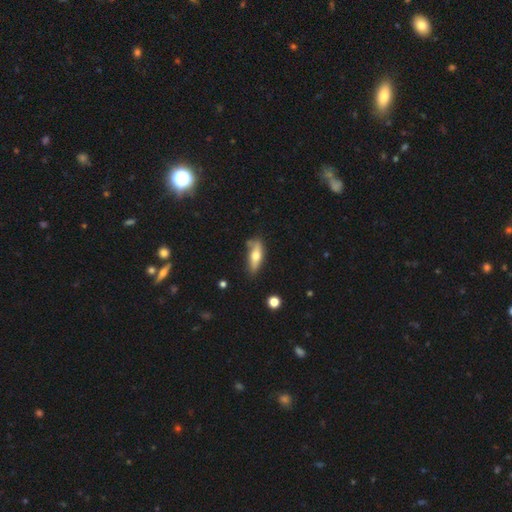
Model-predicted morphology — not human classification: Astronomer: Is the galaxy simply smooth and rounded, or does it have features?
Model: smooth — 54% (runner-up: featured or disk, 40%).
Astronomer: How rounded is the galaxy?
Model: in between — 50% (runner-up: cigar-shaped, 46%).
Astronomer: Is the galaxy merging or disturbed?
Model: none — 64%.